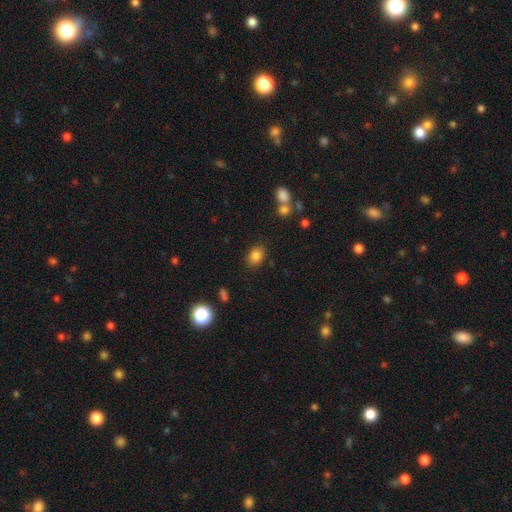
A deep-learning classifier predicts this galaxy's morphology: A smooth galaxy with no disk features (84%) that is in between round and cigar-shaped (68%).

Vote fractions:
- Smooth or featured? smooth: 84% / star or artifact: 11% / featured or disk: 6%
- How rounded? in between: 68% / round: 30% / cigar-shaped: 1%
- Merging? none: 84% / minor disturbance: 10% / major disturbance: 3% / merger: 3%